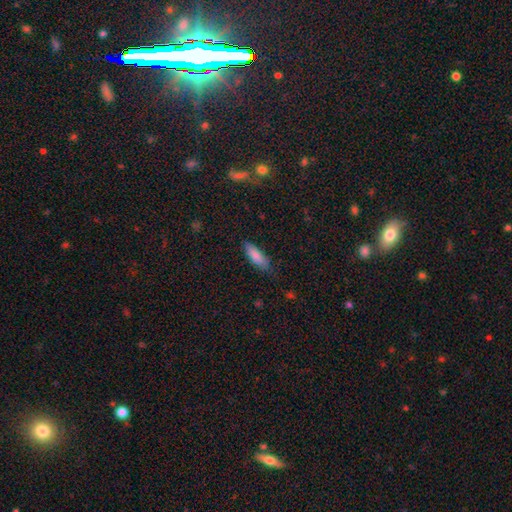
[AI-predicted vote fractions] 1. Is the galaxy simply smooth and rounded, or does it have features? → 83% smooth, 10% featured or disk, 6% star or artifact.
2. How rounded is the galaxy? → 55% in between, 44% cigar-shaped, 2% round.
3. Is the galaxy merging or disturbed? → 81% none, 15% minor disturbance, 3% major disturbance, 1% merger.